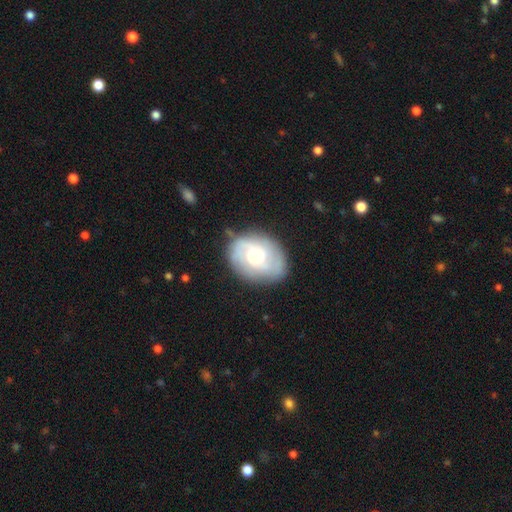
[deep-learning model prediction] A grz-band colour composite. It shows a featured or disk galaxy (60%) with no bar (71%), spiral arms (75%) and a moderate central bulge (69%). Merging: none (75%).